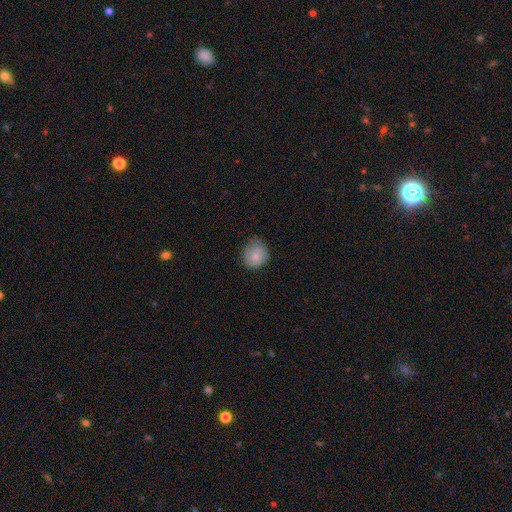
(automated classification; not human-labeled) Q: Smooth or featured?
A: smooth (79%); runner-up: featured or disk (14%)
Q: How rounded?
A: round (72%); runner-up: in between (27%)
Q: Merging?
A: none (66%); runner-up: minor disturbance (27%)